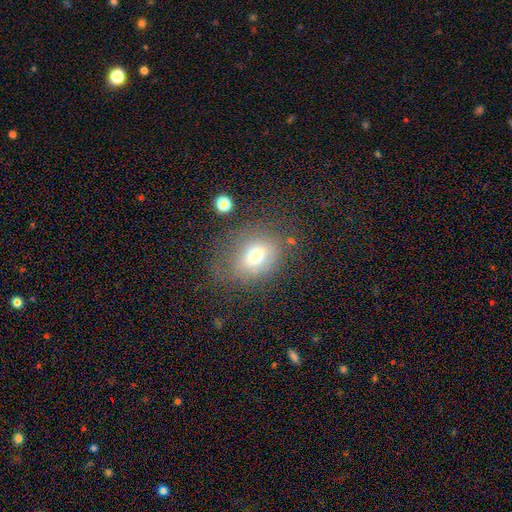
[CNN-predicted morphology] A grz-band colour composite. It shows a smooth galaxy with no disk features (67%) that is in between round and cigar-shaped (55%). Merging: none (57%).